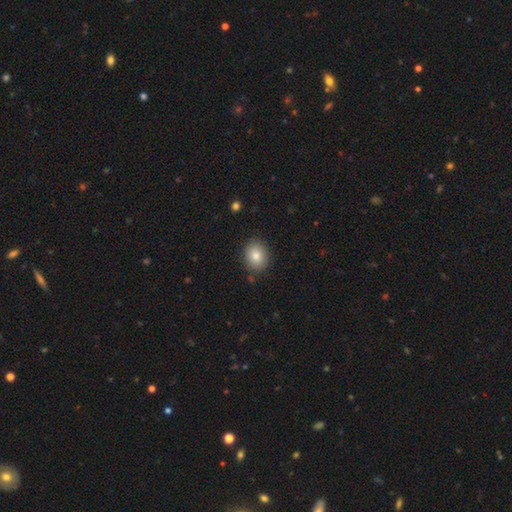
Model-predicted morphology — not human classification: type=smooth (82%); roundness=round (57%); merging=none (87%).